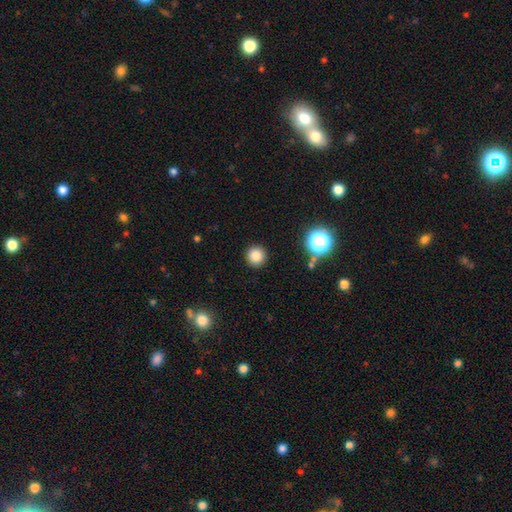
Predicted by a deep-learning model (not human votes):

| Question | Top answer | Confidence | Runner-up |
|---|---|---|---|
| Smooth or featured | smooth | 83% | star or artifact (13%) |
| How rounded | round | 95% | in between (4%) |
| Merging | none | 91% | minor disturbance (5%) |